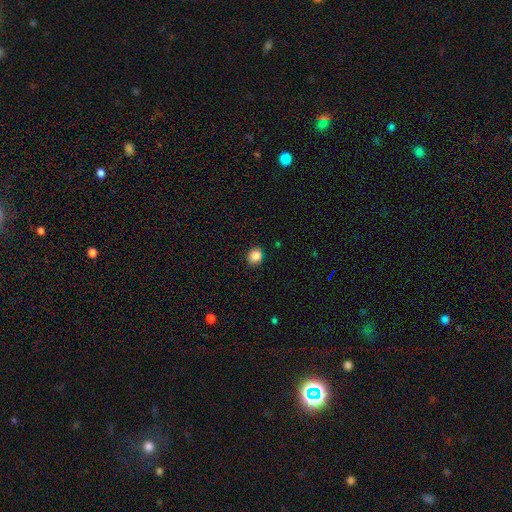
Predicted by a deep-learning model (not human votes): A smooth galaxy with no disk features (85%) that is round (68%).

Vote fractions:
- Smooth or featured? smooth: 85% / star or artifact: 10% / featured or disk: 5%
- How rounded? round: 68% / in between: 31% / cigar-shaped: 1%
- Merging? none: 87% / minor disturbance: 9% / major disturbance: 2% / merger: 1%